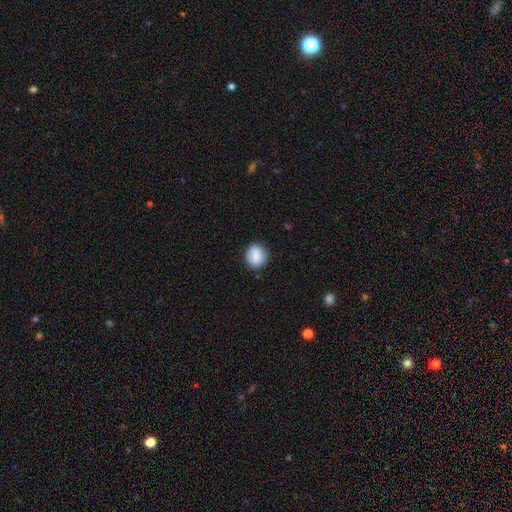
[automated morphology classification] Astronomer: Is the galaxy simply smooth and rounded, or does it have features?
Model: smooth — 81%.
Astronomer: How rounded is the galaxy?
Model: round — 76%.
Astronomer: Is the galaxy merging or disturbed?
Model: none — 82%.